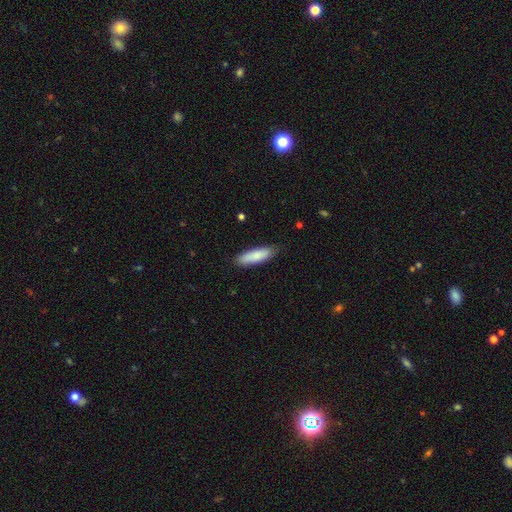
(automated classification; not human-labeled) A smooth galaxy with no disk features (84%) that is cigar-shaped (55%). Merging: none (85%).